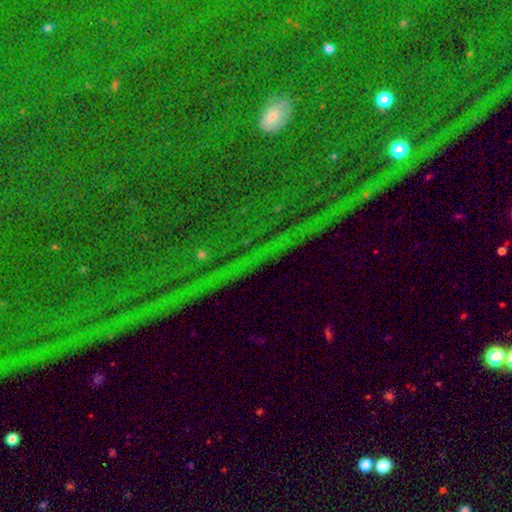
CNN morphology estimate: The model was most divided on "smooth or featured": star or artifact: 80%, smooth: 11%, featured or disk: 9%.